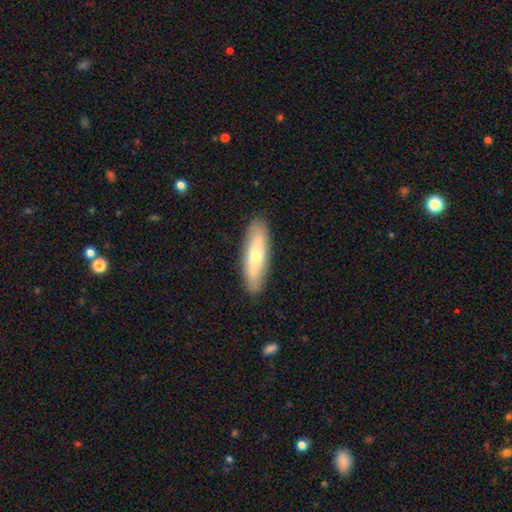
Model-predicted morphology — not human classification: This is possibly a smooth galaxy (56%). How rounded: possibly cigar-shaped (56%). Merging: clearly none (88%).